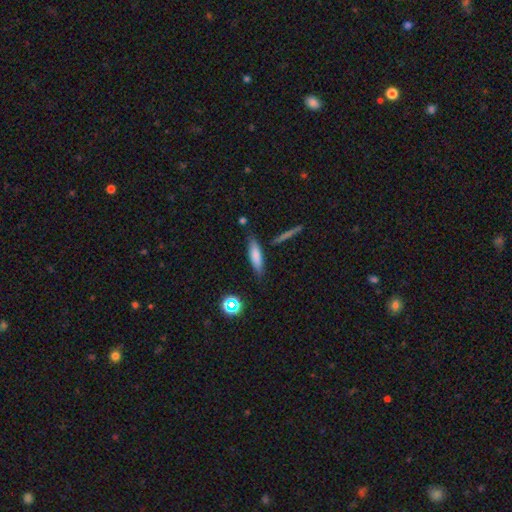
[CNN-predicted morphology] Smooth or featured? Predicted: smooth (p=0.77). How rounded? Predicted: cigar-shaped (p=0.60). Merging? Predicted: none (p=0.77).